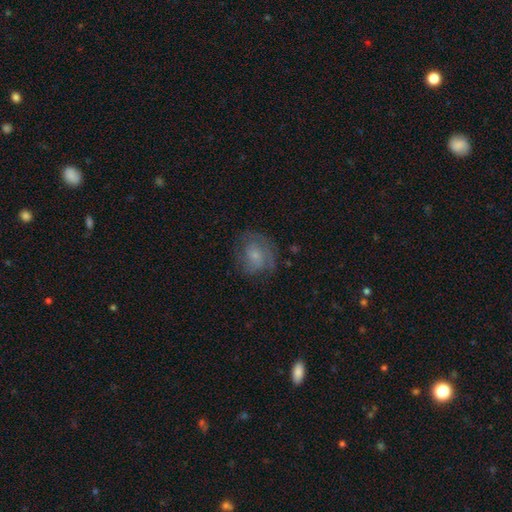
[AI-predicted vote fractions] Smooth or featured? featured or disk (48%)
Merging? none (62%)